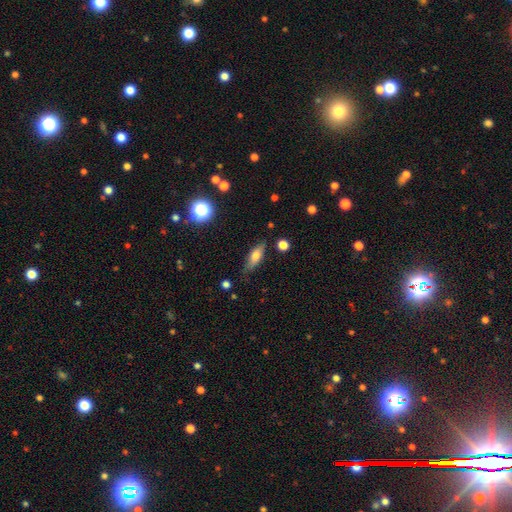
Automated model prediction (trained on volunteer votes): This is likely a smooth galaxy (63%). How rounded: possibly in between (58%). Merging: likely none (78%).